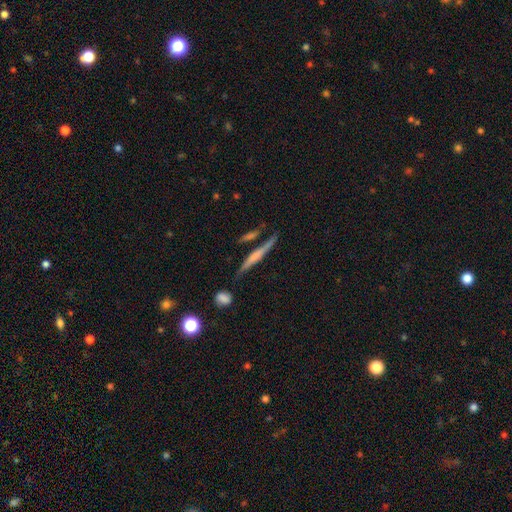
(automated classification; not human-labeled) This appears to be a featured or disk galaxy (58%) viewed edge-on (95%) with no central bulge (45%). Merging: none (76%).